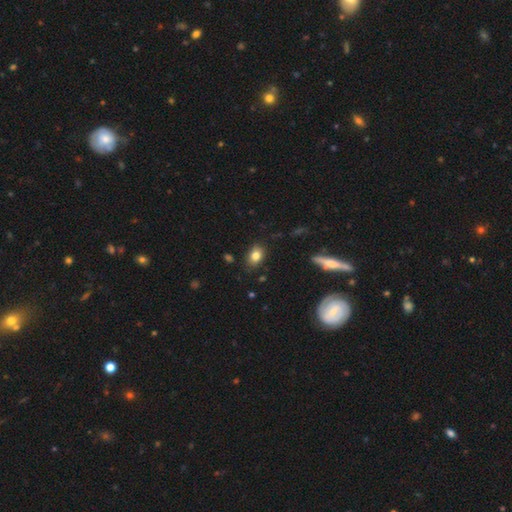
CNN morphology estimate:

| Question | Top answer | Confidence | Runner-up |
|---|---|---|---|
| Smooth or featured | smooth | 81% | star or artifact (10%) |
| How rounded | in between | 74% | round (24%) |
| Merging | none | 83% | minor disturbance (12%) |